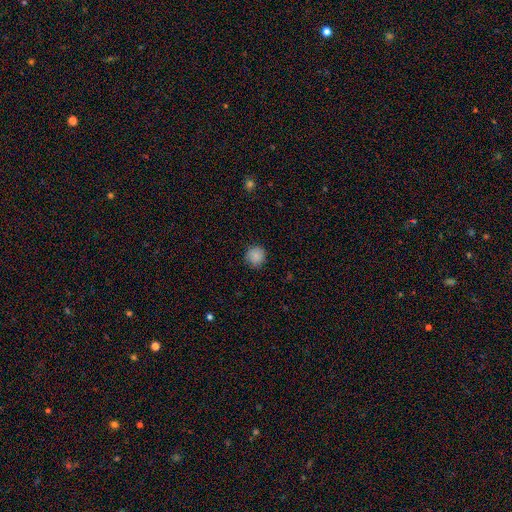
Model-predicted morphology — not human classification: Q: Smooth or featured?
A: smooth (86%); runner-up: star or artifact (9%)
Q: How rounded?
A: round (91%); runner-up: in between (8%)
Q: Merging?
A: none (84%); runner-up: minor disturbance (13%)